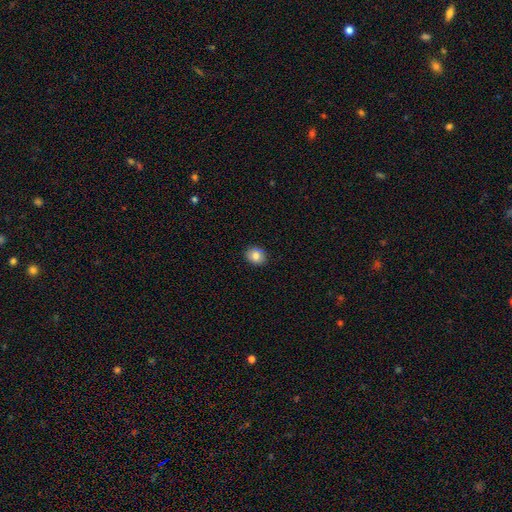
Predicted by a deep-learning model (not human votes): Smooth or featured: smooth — 81% (featured or disk — 10%)
How rounded: round — 63% (in between — 36%)
Merging: none — 89% (minor disturbance — 8%)